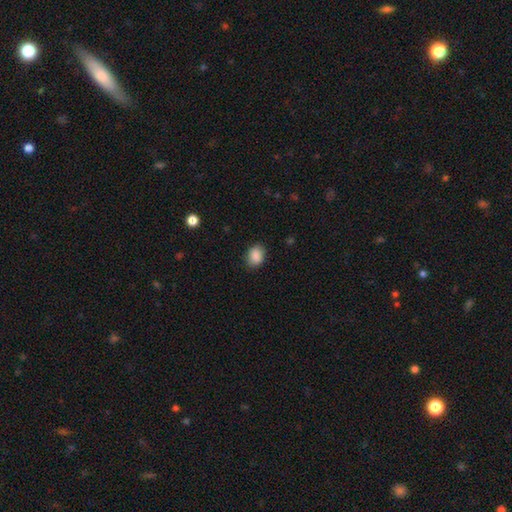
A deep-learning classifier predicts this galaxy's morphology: This appears to be a smooth galaxy with no disk features (89%) that is in between round and cigar-shaped (67%). Merging: none (85%).